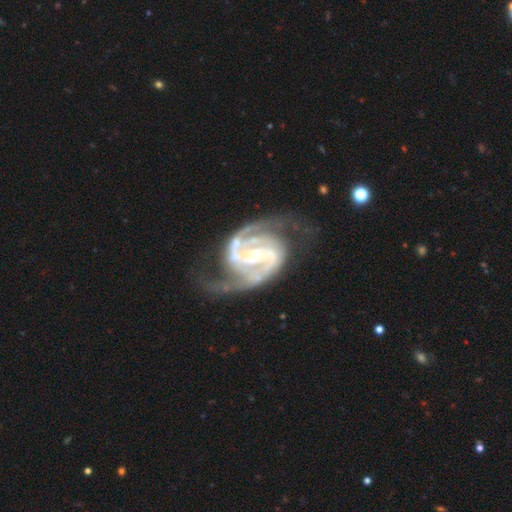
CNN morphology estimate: Smooth or featured? featured or disk (94%)
Edge-on disk? no (98%)
Bar? weak (45%)
Spiral arms? yes (99%)
Spiral winding? medium (52%)
Spiral arm count? 2 (84%)
Bulge size? moderate (54%)
Merging? none (65%)